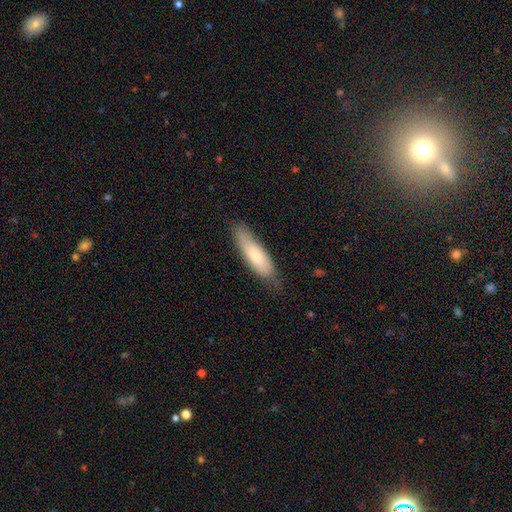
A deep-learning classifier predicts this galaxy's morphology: type=smooth (74%); roundness=cigar-shaped (58%); merging=none (71%).